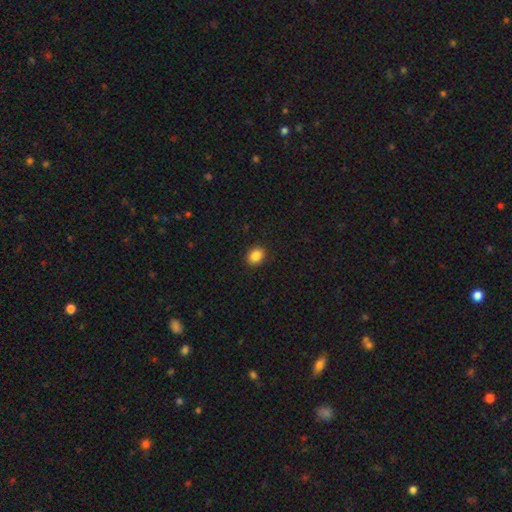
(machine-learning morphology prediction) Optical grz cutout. It shows a smooth galaxy with no disk features (87%) that is round (52%). Merging: none (90%).